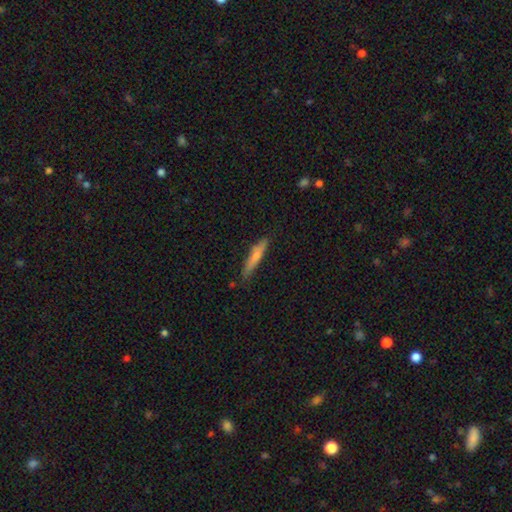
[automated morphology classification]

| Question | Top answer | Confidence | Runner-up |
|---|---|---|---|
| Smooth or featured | smooth | 68% | featured or disk (26%) |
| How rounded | cigar-shaped | 89% | in between (9%) |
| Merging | none | 80% | minor disturbance (16%) |